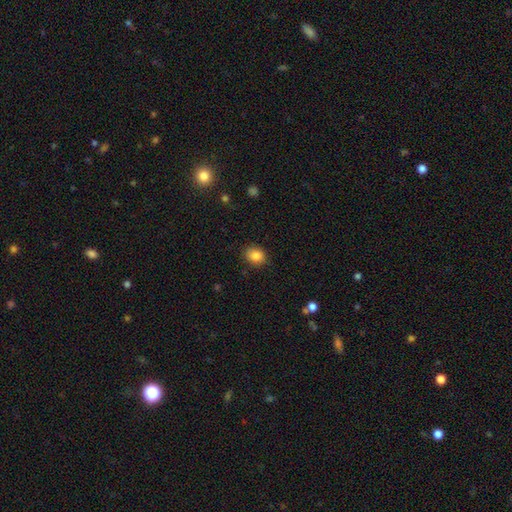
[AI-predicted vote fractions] smooth-or-featured: smooth: 86% | star or artifact: 9% | featured or disk: 5%
  how-rounded: round: 52% | in between: 47% | cigar-shaped: 1%
  merging: none: 87% | minor disturbance: 10% | major disturbance: 2% | merger: 1%